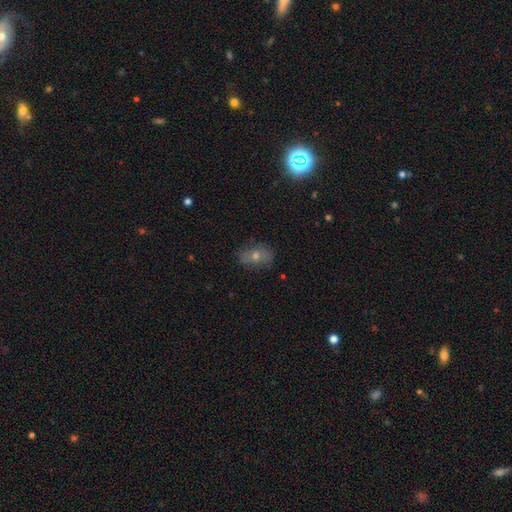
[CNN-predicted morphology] type=smooth (45%); merging=none (76%).